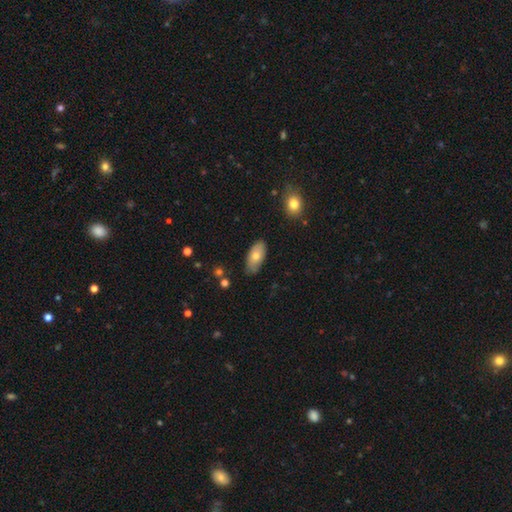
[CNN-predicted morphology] This appears to be a smooth galaxy with no disk features (70%) that is in between round and cigar-shaped (92%). Merging: none (79%).